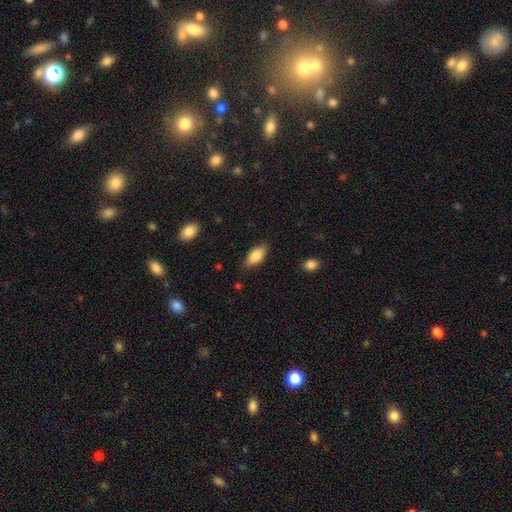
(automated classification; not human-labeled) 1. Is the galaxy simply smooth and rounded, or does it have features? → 85% smooth, 8% featured or disk, 7% star or artifact.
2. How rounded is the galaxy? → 88% in between, 9% cigar-shaped, 3% round.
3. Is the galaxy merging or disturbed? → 81% none, 14% minor disturbance, 3% major disturbance, 1% merger.